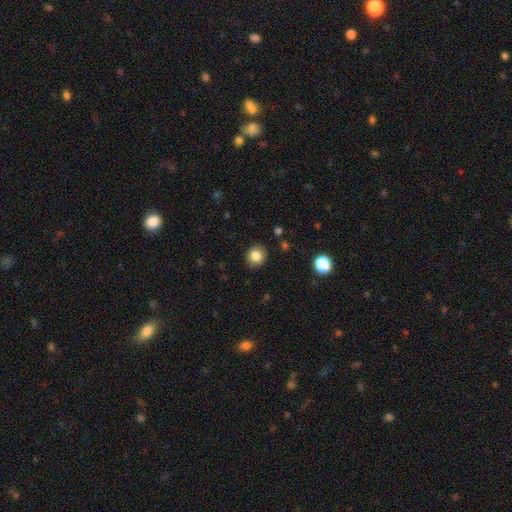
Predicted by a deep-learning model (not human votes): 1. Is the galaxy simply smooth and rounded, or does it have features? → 83% smooth, 11% star or artifact, 6% featured or disk.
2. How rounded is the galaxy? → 83% round, 16% in between, 1% cigar-shaped.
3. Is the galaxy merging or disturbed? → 89% none, 8% minor disturbance, 2% major disturbance, 1% merger.